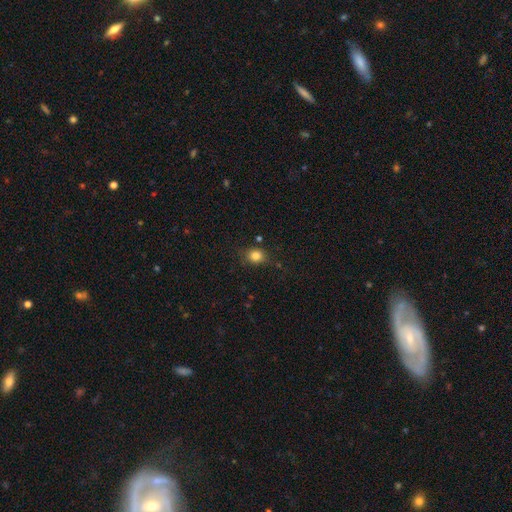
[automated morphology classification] type=smooth (82%); roundness=round (68%); merging=none (77%).